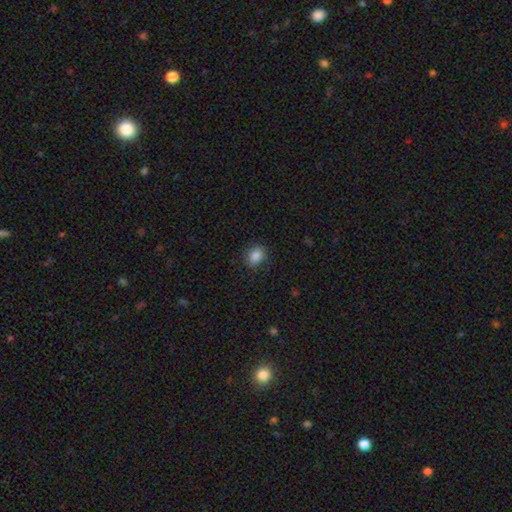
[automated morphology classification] Smooth or featured: smooth — 85% (star or artifact — 10%)
How rounded: in between — 50% (round — 49%)
Merging: none — 84% (minor disturbance — 12%)